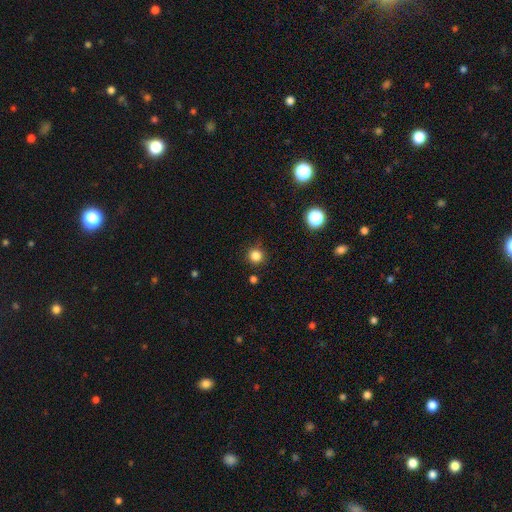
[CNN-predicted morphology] smooth-or-featured: smooth: 83% | star or artifact: 13% | featured or disk: 4%
  how-rounded: round: 94% | in between: 5% | cigar-shaped: 1%
  merging: none: 87% | minor disturbance: 8% | major disturbance: 3% | merger: 2%